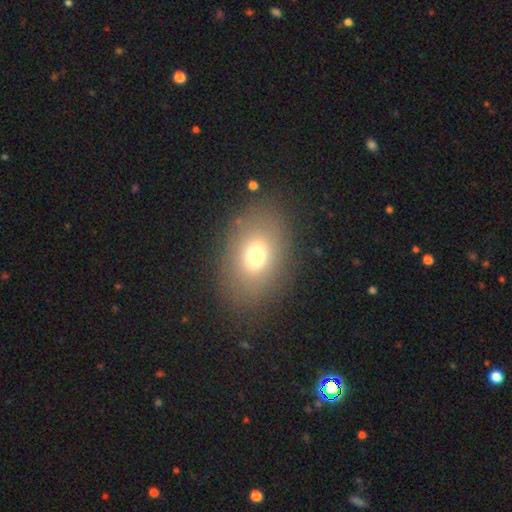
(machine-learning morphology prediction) A smooth galaxy with no disk features (70%) that is in between round and cigar-shaped (74%).

Vote fractions:
- Smooth or featured? smooth: 70% / featured or disk: 16% / star or artifact: 14%
- How rounded? in between: 74% / round: 25% / cigar-shaped: 1%
- Merging? none: 82% / minor disturbance: 10% / major disturbance: 6% / merger: 2%